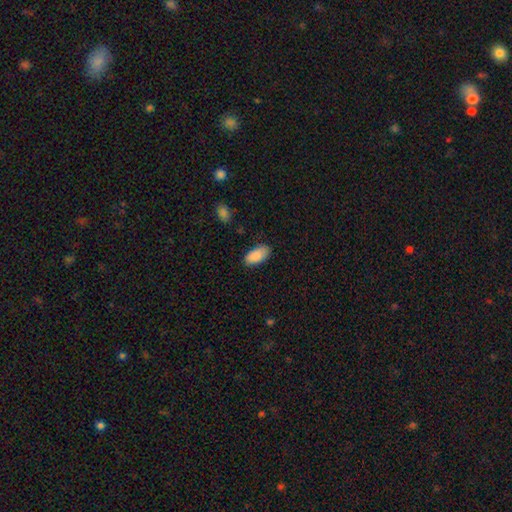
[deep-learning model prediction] smooth_or_featured: smooth (p=0.89) [alt: star or artifact p=0.07]
how_rounded: in between (p=0.92) [alt: cigar-shaped p=0.06]
merging: none (p=0.81) [alt: minor disturbance p=0.15]